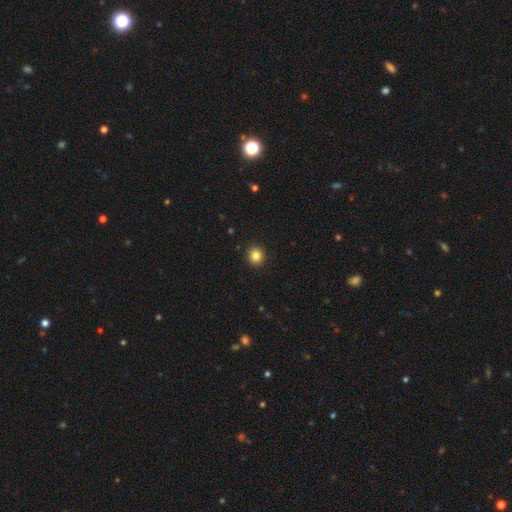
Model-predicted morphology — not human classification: A smooth galaxy with no disk features (85%) that is round (87%).

Vote fractions:
- Smooth or featured? smooth: 85% / star or artifact: 11% / featured or disk: 5%
- How rounded? round: 87% / in between: 12% / cigar-shaped: 1%
- Merging? none: 92% / minor disturbance: 5% / major disturbance: 2% / merger: 1%